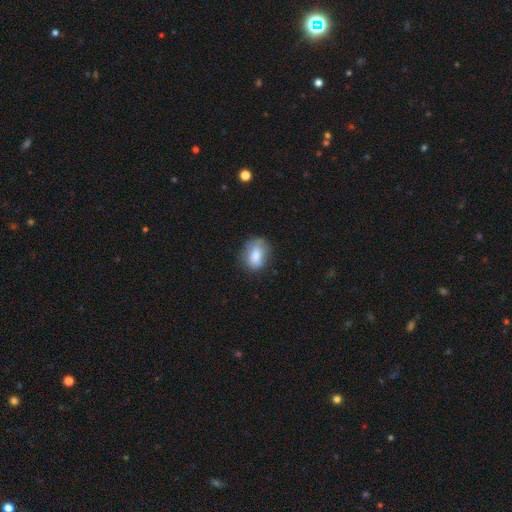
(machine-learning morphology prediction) Q: Smooth or featured?
A: smooth (78%); runner-up: featured or disk (14%)
Q: How rounded?
A: in between (67%); runner-up: round (32%)
Q: Merging?
A: none (68%); runner-up: minor disturbance (24%)